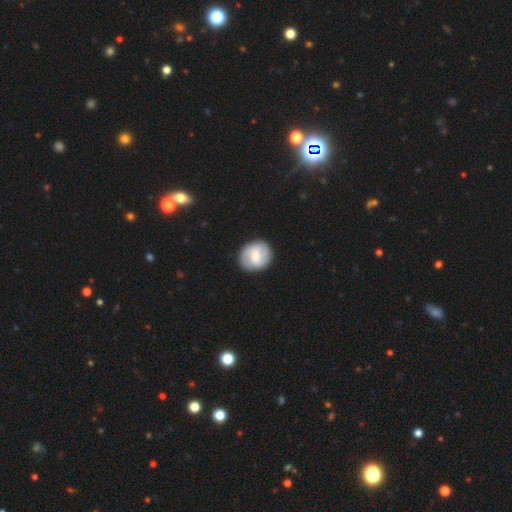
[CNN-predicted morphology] featured or disk 49%, smooth 45%, star or artifact 6%. Down the decision tree: merging — none (86%).